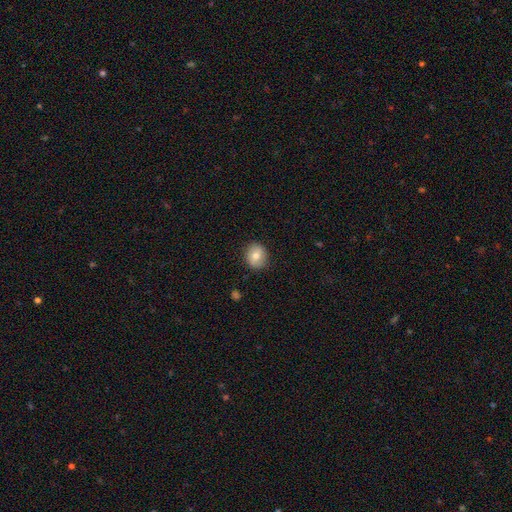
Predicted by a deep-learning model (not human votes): smooth 77%, featured or disk 14%, star or artifact 8%. Down the decision tree: how rounded — round (73%); merging — none (87%).